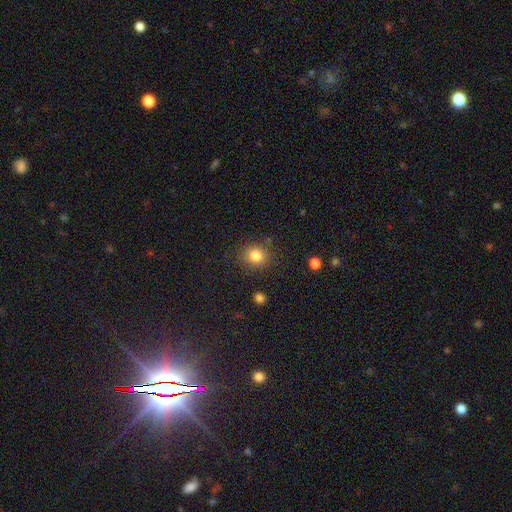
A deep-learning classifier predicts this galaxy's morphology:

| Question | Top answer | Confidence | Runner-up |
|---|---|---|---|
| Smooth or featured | smooth | 83% | star or artifact (11%) |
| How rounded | round | 81% | in between (18%) |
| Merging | none | 84% | minor disturbance (10%) |